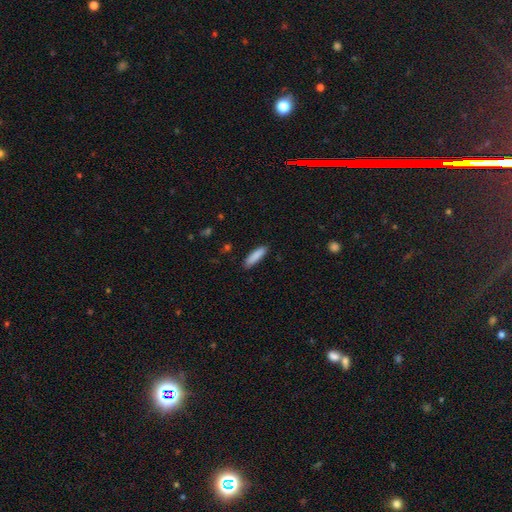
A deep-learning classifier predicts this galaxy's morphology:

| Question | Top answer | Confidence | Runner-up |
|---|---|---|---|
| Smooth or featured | smooth | 88% | featured or disk (6%) |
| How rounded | cigar-shaped | 69% | in between (29%) |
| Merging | none | 88% | minor disturbance (9%) |